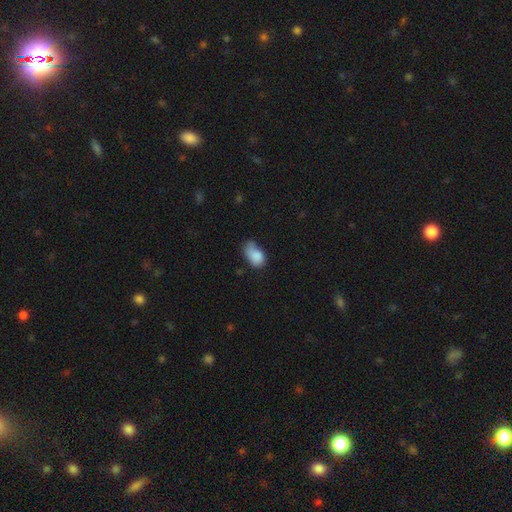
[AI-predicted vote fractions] Smooth or featured? Predicted: smooth (p=0.81). How rounded? Predicted: in between (p=0.87). Merging? Predicted: minor disturbance (p=0.37).